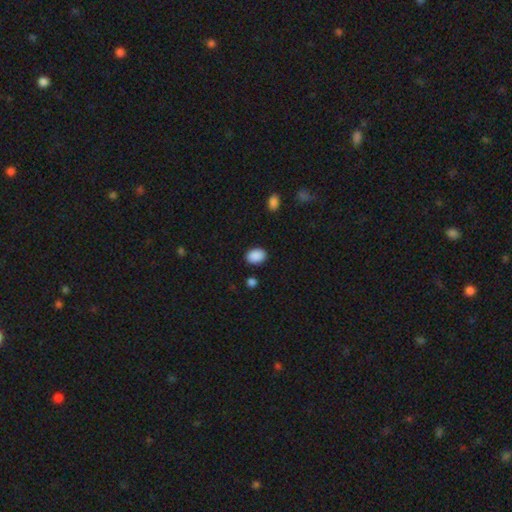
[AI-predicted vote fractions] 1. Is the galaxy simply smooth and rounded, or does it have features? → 90% smooth, 8% star or artifact, 3% featured or disk.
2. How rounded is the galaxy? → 76% in between, 23% round, 1% cigar-shaped.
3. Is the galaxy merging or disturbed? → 87% none, 9% minor disturbance, 2% major disturbance, 2% merger.